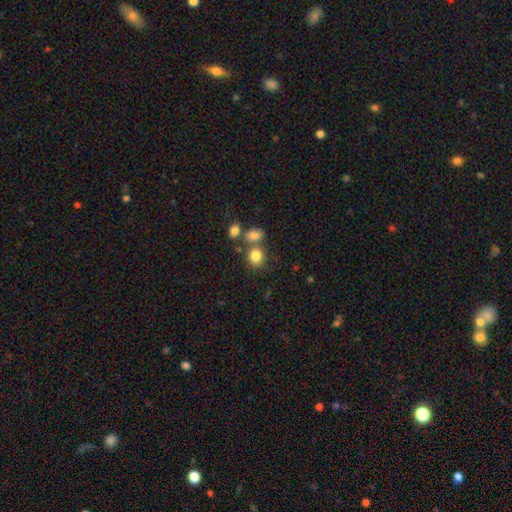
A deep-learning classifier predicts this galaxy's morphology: smooth_or_featured: smooth (p=0.82) [alt: star or artifact p=0.11]
how_rounded: round (p=0.71) [alt: in between p=0.28]
merging: none (p=0.59) [alt: merger p=0.26]